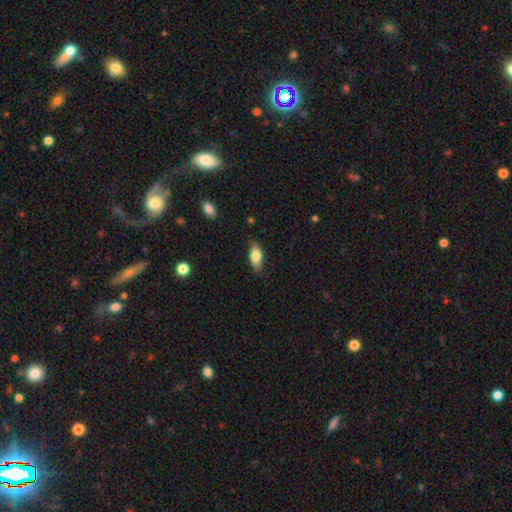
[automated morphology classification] This is clearly a smooth galaxy (81%). How rounded: clearly in between (85%). Merging: likely none (80%).